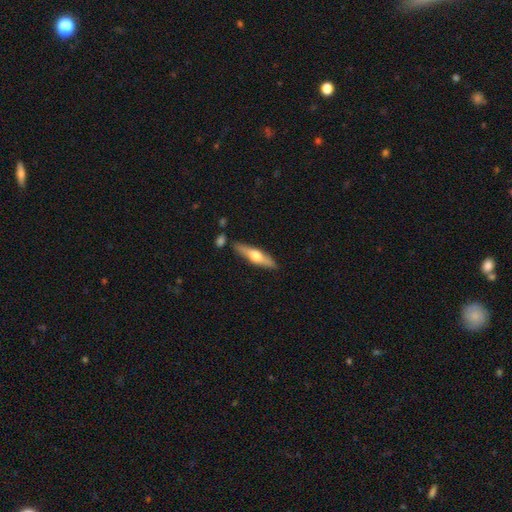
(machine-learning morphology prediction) Overall: featured or disk (57%; smooth 38%). Edge-on disk: yes (94%). Edge-on bulge: rounded (94%). Merging: none (84%).